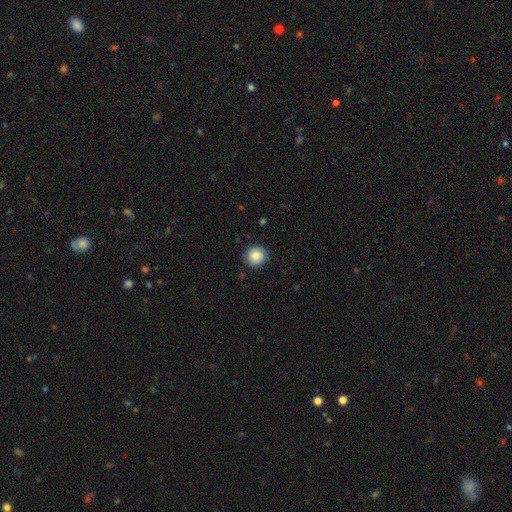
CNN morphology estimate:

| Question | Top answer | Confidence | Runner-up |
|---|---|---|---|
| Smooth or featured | smooth | 83% | featured or disk (9%) |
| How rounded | round | 92% | in between (7%) |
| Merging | none | 86% | minor disturbance (10%) |